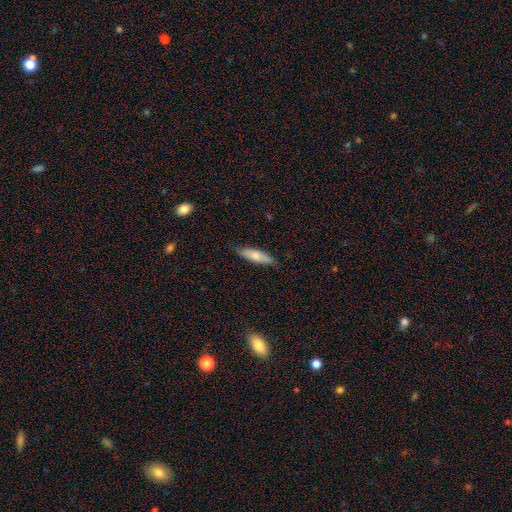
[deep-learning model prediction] Smooth or featured?
  - smooth: 67% *
  - featured or disk: 27%
  - star or artifact: 6%
How rounded?
  - cigar-shaped: 59% *
  - in between: 39%
  - round: 2%
Merging?
  - none: 81% *
  - minor disturbance: 15%
  - major disturbance: 2%
  - merger: 1%